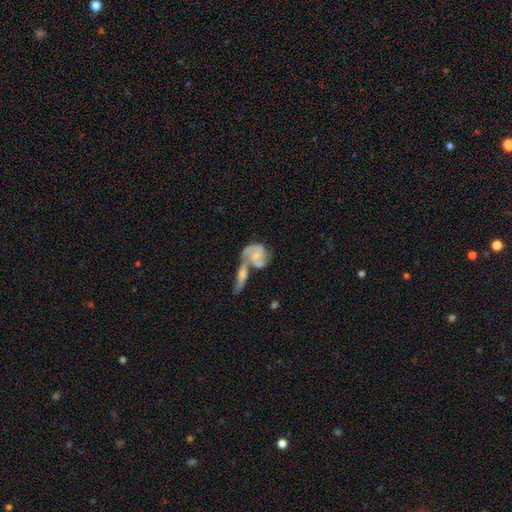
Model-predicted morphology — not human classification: A featured or disk galaxy (74%) with no bar (66%), 2 (74%) medium (46%) spiral arms (91%) and a small central bulge (51%). Merging: merger (61%).